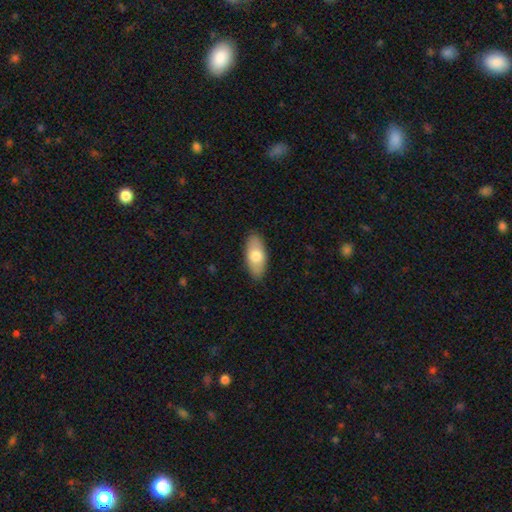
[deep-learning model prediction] The model was most divided on "smooth or featured": smooth: 74%, featured or disk: 20%, star or artifact: 6%. More confident: merging — none (88%); how rounded — in between (87%).